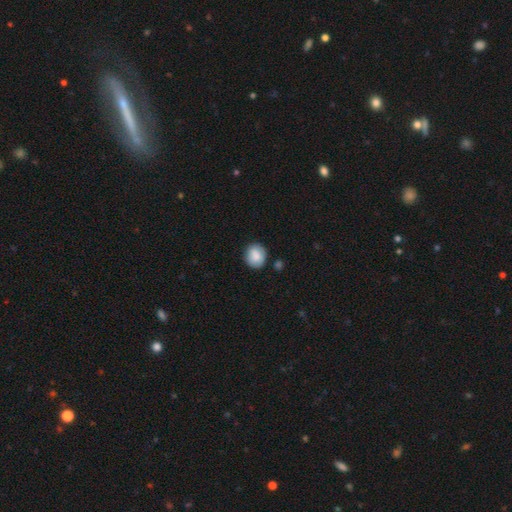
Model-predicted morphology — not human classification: This is clearly a smooth galaxy (84%). How rounded: likely round (76%). Merging: clearly none (80%).